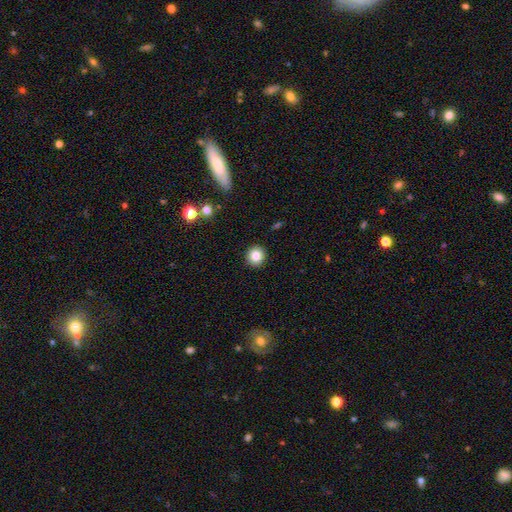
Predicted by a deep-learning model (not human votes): The model was most divided on "smooth or featured": smooth: 84%, star or artifact: 10%, featured or disk: 5%. More confident: merging — none (92%); how rounded — round (90%).